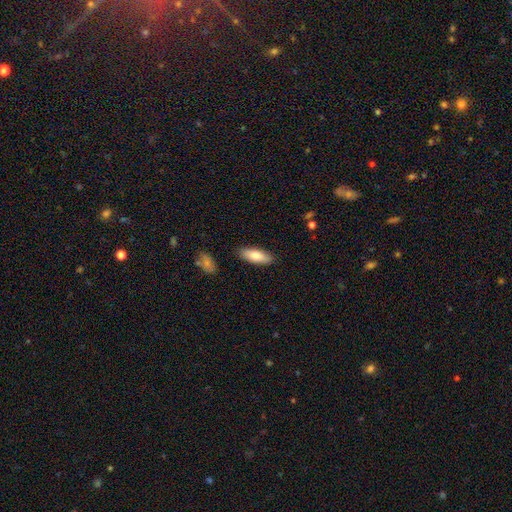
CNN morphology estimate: A smooth galaxy with no disk features (83%) that is in between round and cigar-shaped (68%).

Vote fractions:
- Smooth or featured? smooth: 83% / featured or disk: 11% / star or artifact: 6%
- How rounded? in between: 68% / cigar-shaped: 30% / round: 2%
- Merging? none: 87% / minor disturbance: 10% / major disturbance: 2% / merger: 2%